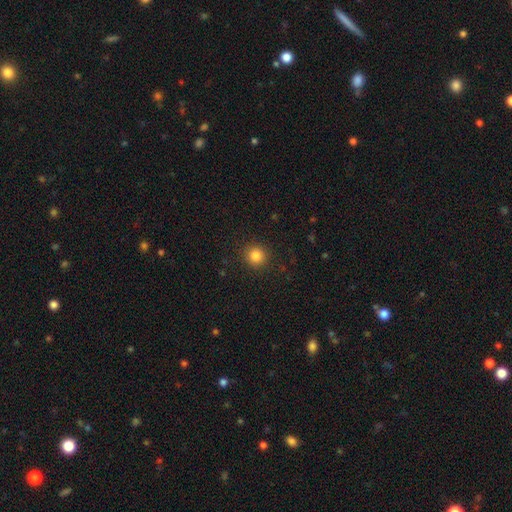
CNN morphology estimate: type=smooth (84%); roundness=round (93%); merging=none (91%).